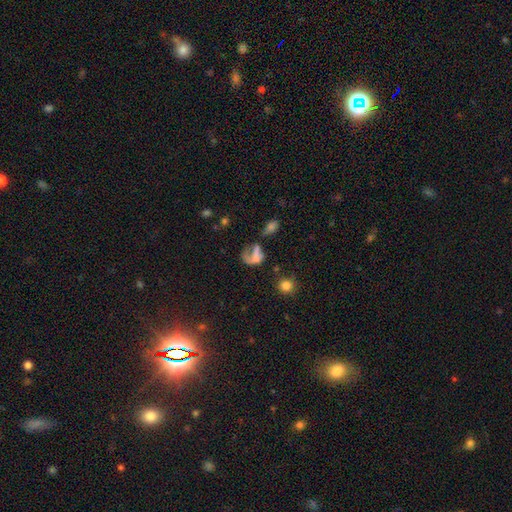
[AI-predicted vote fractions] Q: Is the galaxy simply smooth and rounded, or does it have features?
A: smooth — 48%.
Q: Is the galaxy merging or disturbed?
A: major disturbance — 47%.